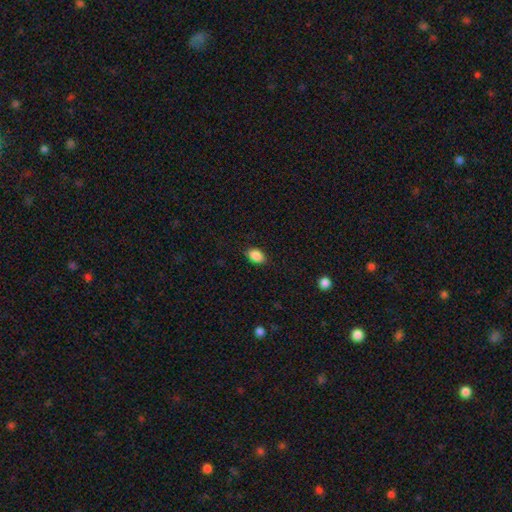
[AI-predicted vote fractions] smooth_or_featured: smooth (p=0.88) [alt: star or artifact p=0.08]
how_rounded: in between (p=0.82) [alt: round p=0.16]
merging: none (p=0.84) [alt: minor disturbance p=0.12]